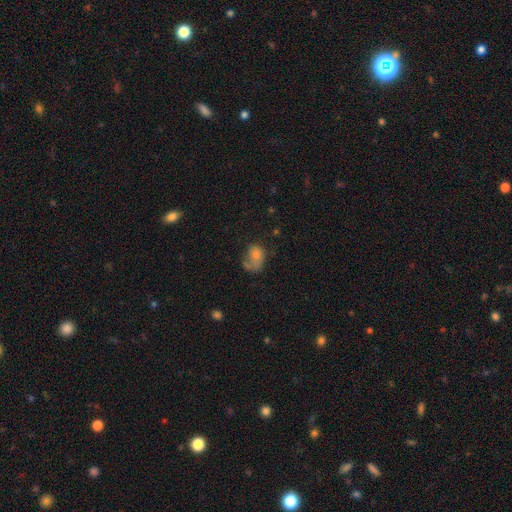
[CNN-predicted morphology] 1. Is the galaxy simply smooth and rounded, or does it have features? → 68% smooth, 22% featured or disk, 10% star or artifact.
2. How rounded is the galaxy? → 72% in between, 27% round, 1% cigar-shaped.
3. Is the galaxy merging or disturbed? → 30% none, 29% major disturbance, 21% minor disturbance, 20% merger.